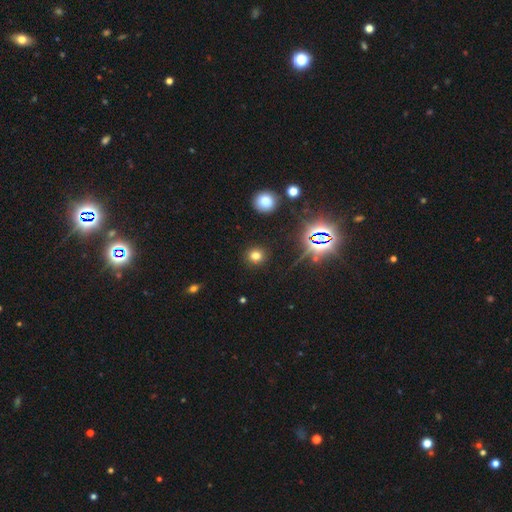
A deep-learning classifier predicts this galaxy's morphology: A smooth galaxy with no disk features (70%) that is round (86%).

Vote fractions:
- Smooth or featured? smooth: 70% / star or artifact: 23% / featured or disk: 7%
- How rounded? round: 86% / in between: 13% / cigar-shaped: 1%
- Merging? none: 89% / minor disturbance: 6% / major disturbance: 3% / merger: 2%